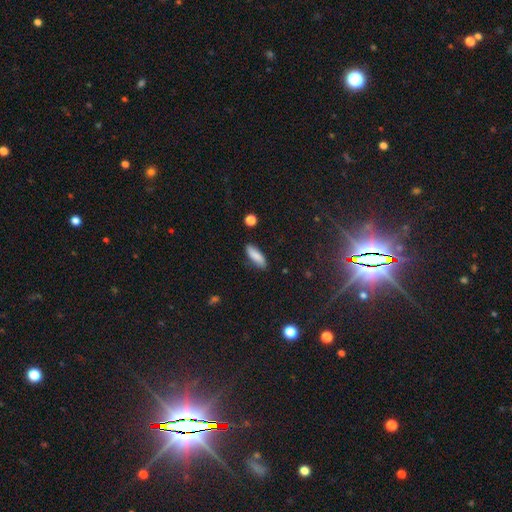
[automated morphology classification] This appears to be a smooth galaxy with no disk features (84%) that is in between round and cigar-shaped (57%). Merging: none (82%).